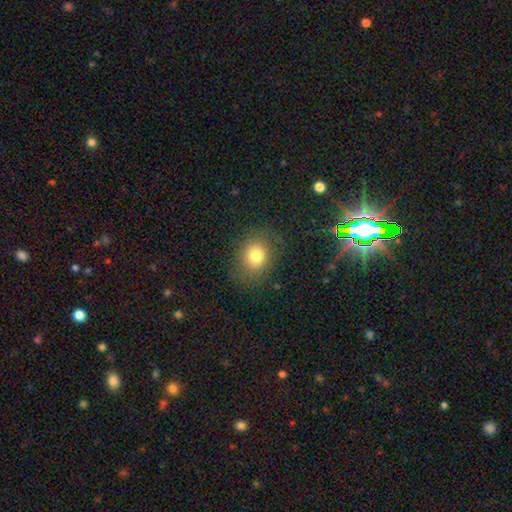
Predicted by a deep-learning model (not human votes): Smooth or featured?
  - smooth: 78% *
  - star or artifact: 12%
  - featured or disk: 10%
How rounded?
  - round: 57% *
  - in between: 42%
  - cigar-shaped: 1%
Merging?
  - none: 79% *
  - minor disturbance: 13%
  - major disturbance: 7%
  - merger: 1%